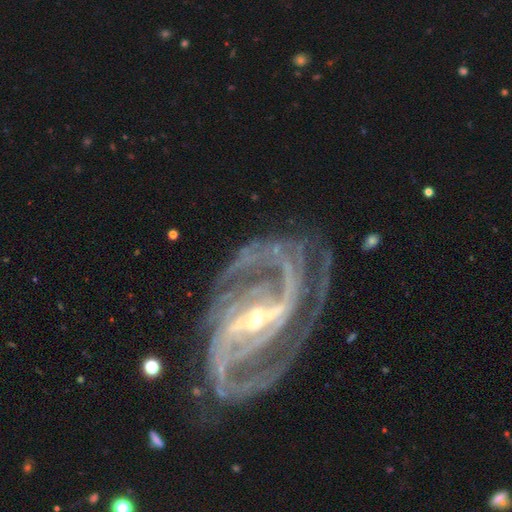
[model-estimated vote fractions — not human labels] smooth-or-featured: featured or disk: 93% | star or artifact: 5% | smooth: 2%
  disk-edge-on: no: 97% | yes: 3%
    bar: strong: 69% | weak: 24% | no: 7%
    has-spiral-arms: yes: 98% | no: 2%
      spiral-winding: medium: 48% | tight: 41% | loose: 11%
      spiral-arm-count: 2: 44% | 3: 22% | 4: 11% | can't tell: 10% | more than 4: 7% | 1: 6%
    bulge-size: small: 63% | moderate: 32% | large: 2% | none: 1% | dominant: 1%
  merging: none: 67% | minor disturbance: 17% | major disturbance: 13% | merger: 2%